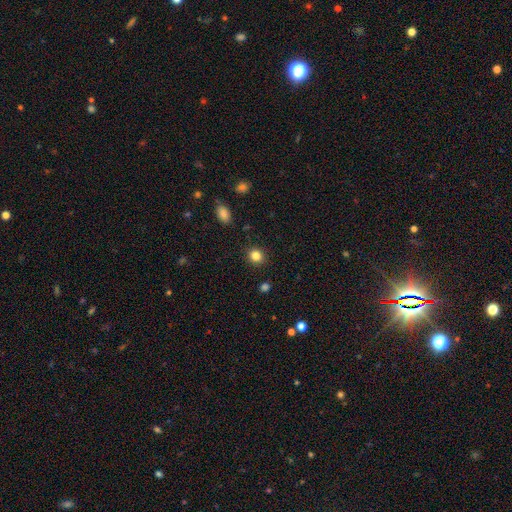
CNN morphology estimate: A smooth galaxy with no disk features (84%) that is round (79%).

Vote fractions:
- Smooth or featured? smooth: 84% / star or artifact: 11% / featured or disk: 5%
- How rounded? round: 79% / in between: 20% / cigar-shaped: 1%
- Merging? none: 90% / minor disturbance: 6% / major disturbance: 2% / merger: 1%